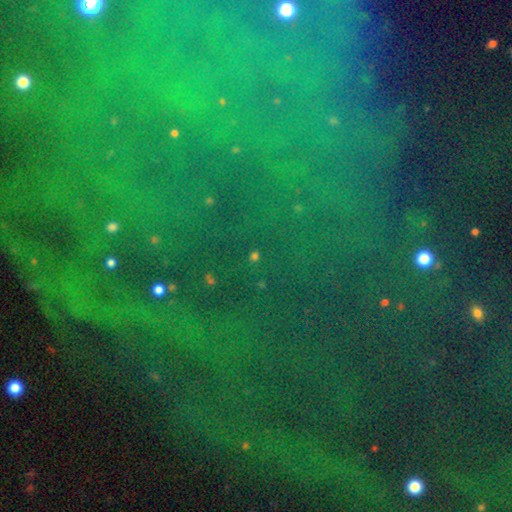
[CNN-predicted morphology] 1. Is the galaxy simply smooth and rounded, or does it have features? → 80% star or artifact, 11% smooth, 9% featured or disk.